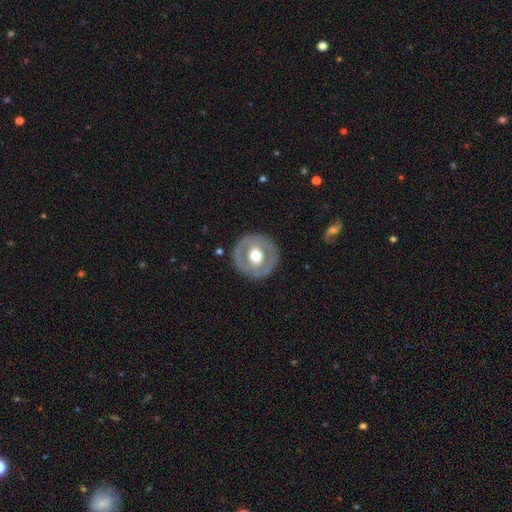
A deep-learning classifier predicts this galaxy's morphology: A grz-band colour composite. It shows a featured or disk galaxy (54%) with no bar (70%), no spiral arms (84%) and a moderate central bulge (63%). Merging: none (86%).